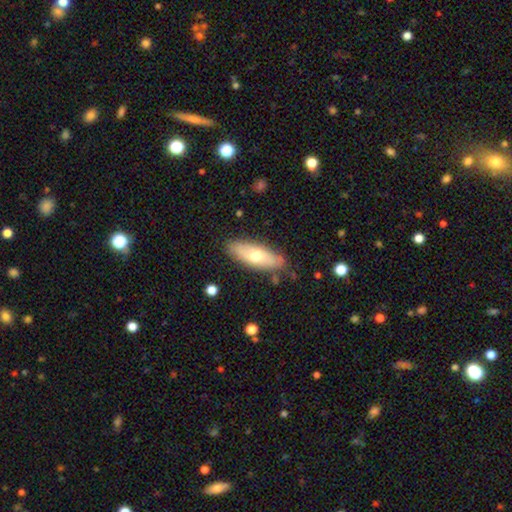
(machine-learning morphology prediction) Smooth or featured: smooth — 61% (featured or disk — 33%)
How rounded: in between — 66% (cigar-shaped — 32%)
Merging: none — 82% (minor disturbance — 13%)